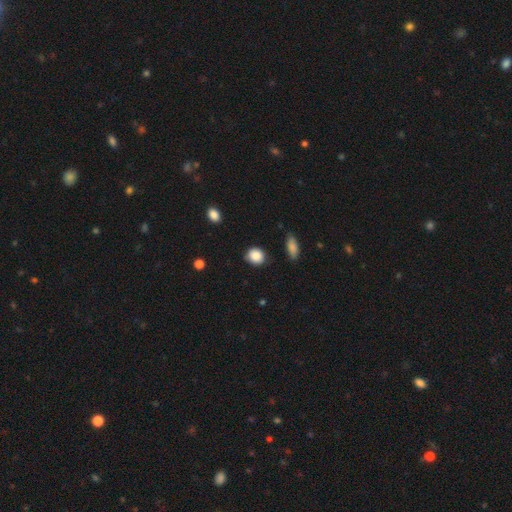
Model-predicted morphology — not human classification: Smooth or featured? Predicted: smooth (p=0.87). How rounded? Predicted: round (p=0.76). Merging? Predicted: none (p=0.81).